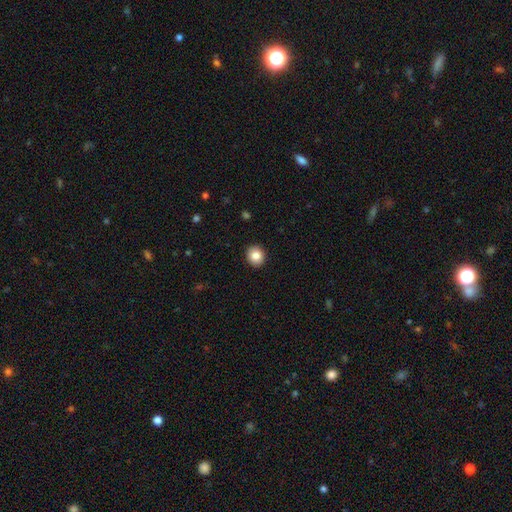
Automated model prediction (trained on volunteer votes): smooth_or_featured: smooth (p=0.83) [alt: star or artifact p=0.09]
how_rounded: round (p=0.79) [alt: in between p=0.20]
merging: none (p=0.92) [alt: minor disturbance p=0.06]